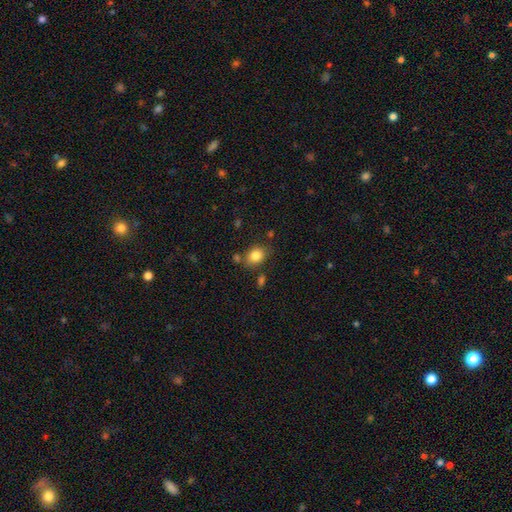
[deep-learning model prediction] Smooth or featured? smooth (84%)
How rounded? in between (65%)
Merging? none (73%)